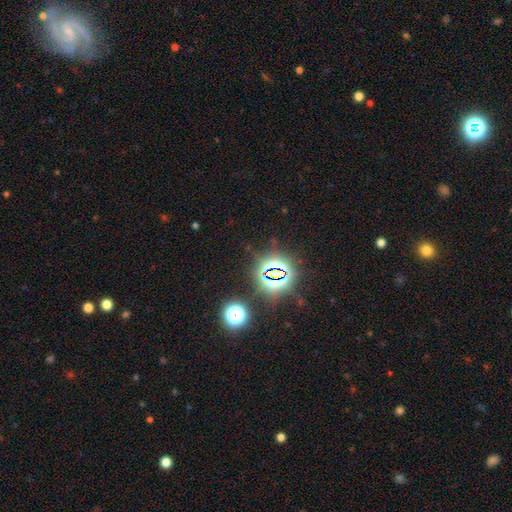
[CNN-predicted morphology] Overall: star or artifact (79%).